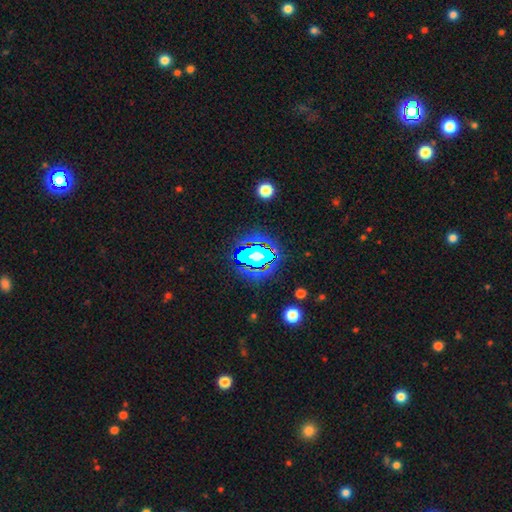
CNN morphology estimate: This appears to be a star or artifact, not a galaxy (52%).